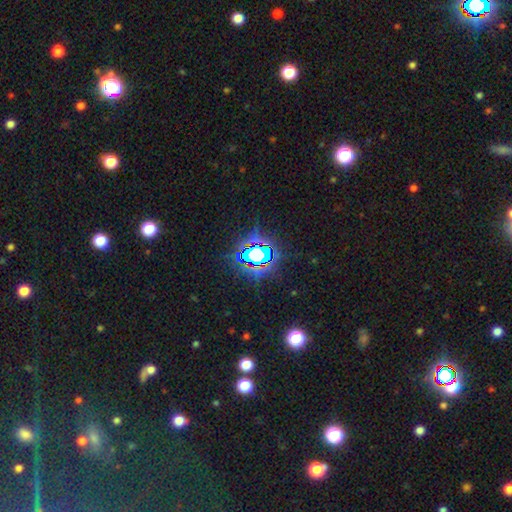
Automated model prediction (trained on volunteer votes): star or artifact 69%, smooth 17%, featured or disk 14%.